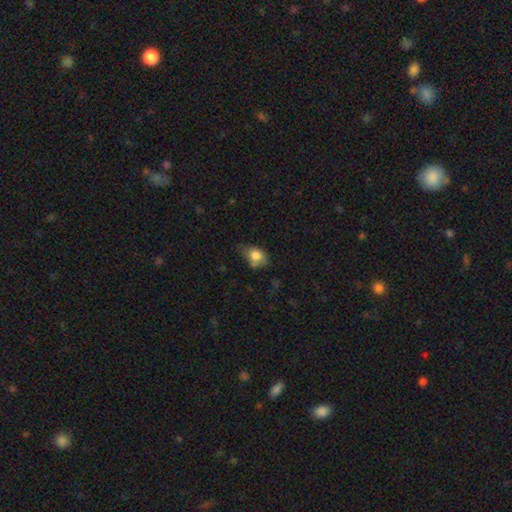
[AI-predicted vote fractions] This is clearly a smooth galaxy (80%). How rounded: likely in between (76%). Merging: possibly none (46%).